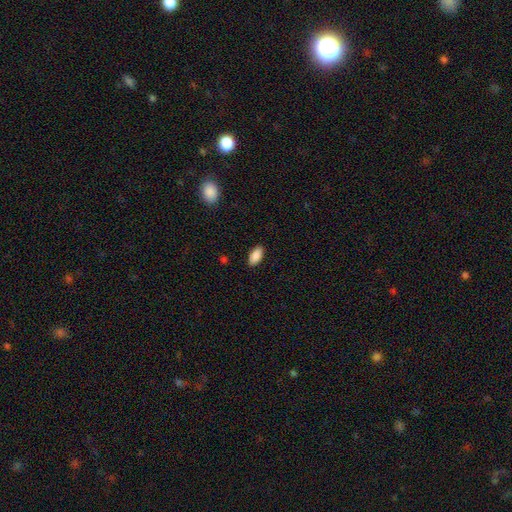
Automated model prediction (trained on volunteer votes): This appears to be a smooth galaxy with no disk features (89%) that is in between round and cigar-shaped (92%). Merging: none (88%).